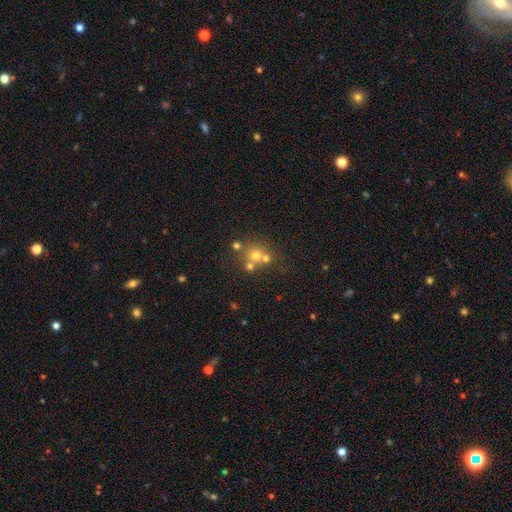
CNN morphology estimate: Smooth or featured?
  - smooth: 62% *
  - featured or disk: 19%
  - star or artifact: 19%
How rounded?
  - round: 86% *
  - in between: 13%
  - cigar-shaped: 1%
Merging?
  - none: 51% *
  - merger: 37%
  - minor disturbance: 8%
  - major disturbance: 5%